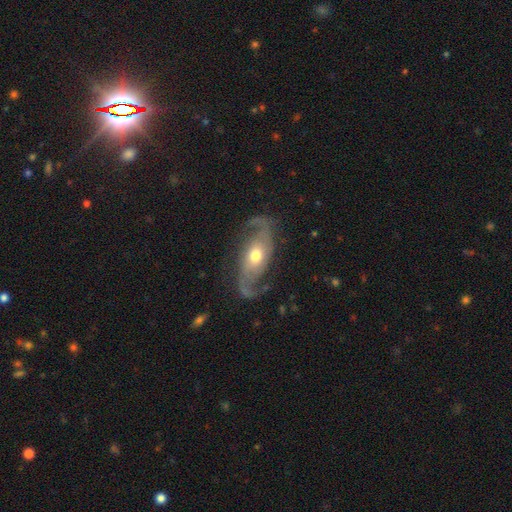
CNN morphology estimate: This appears to be a featured or disk galaxy (86%) with no bar (61%), 2 (92%) loose (60%) spiral arms (95%) and a moderate central bulge (67%). Merging: none (73%).